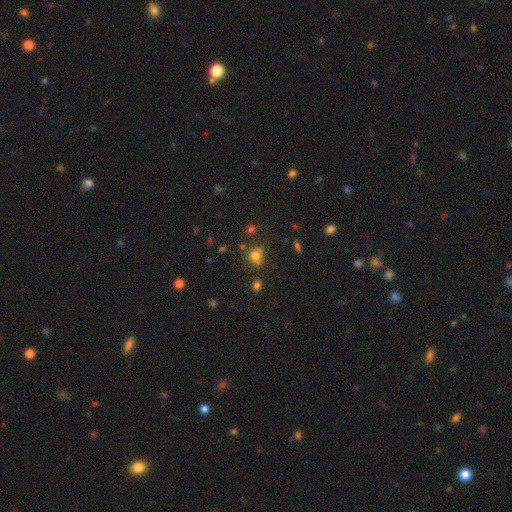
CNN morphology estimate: This appears to be a smooth galaxy with no disk features (73%) that is round (68%). Merging: none (59%).